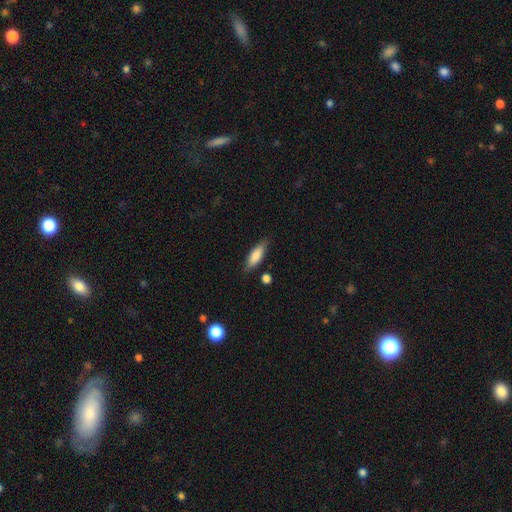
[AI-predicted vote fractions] smooth 82%, featured or disk 12%, star or artifact 6%. Down the decision tree: how rounded — in between (58%); merging — none (80%).